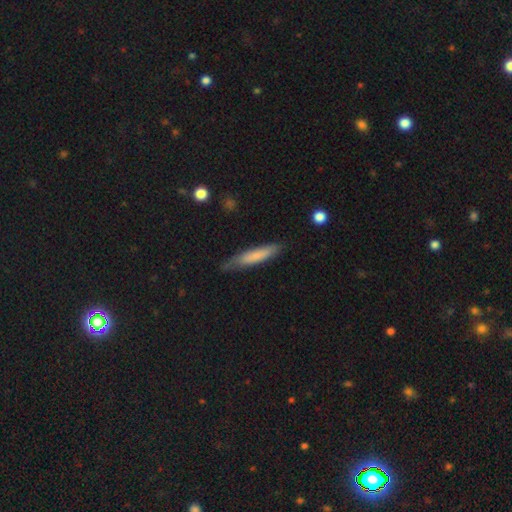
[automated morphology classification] The model was most divided on "merging": none: 71%, minor disturbance: 23%, major disturbance: 4%, merger: 2%. More confident: how rounded — cigar-shaped (87%); smooth or featured — smooth (73%).